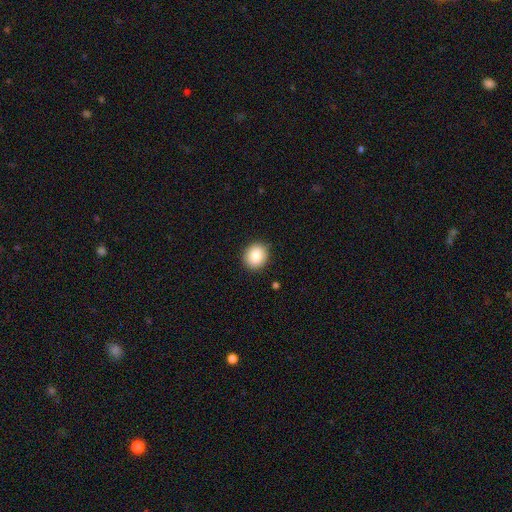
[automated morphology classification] The model was most divided on "how rounded": round: 82%, in between: 17%, cigar-shaped: 1%. More confident: merging — none (90%); smooth or featured — smooth (84%).